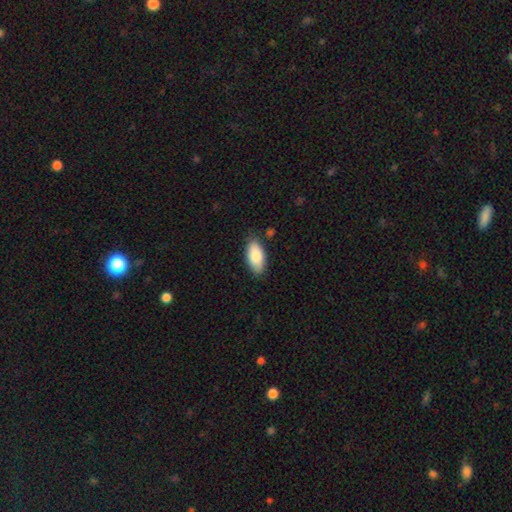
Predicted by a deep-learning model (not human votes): Smooth or featured? smooth (85%)
How rounded? in between (92%)
Merging? none (81%)